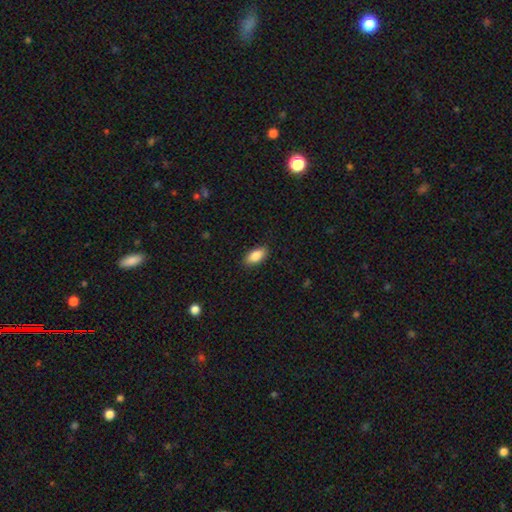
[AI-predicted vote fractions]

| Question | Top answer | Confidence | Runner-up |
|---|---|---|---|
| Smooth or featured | smooth | 87% | star or artifact (7%) |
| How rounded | in between | 92% | cigar-shaped (5%) |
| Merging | none | 88% | minor disturbance (9%) |